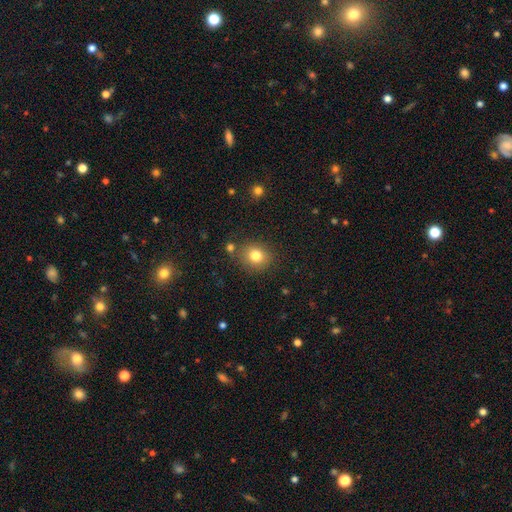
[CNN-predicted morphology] smooth-or-featured: smooth: 80% | star or artifact: 12% | featured or disk: 8%
  how-rounded: round: 79% | in between: 21% | cigar-shaped: 1%
  merging: none: 80% | minor disturbance: 11% | merger: 6% | major disturbance: 4%